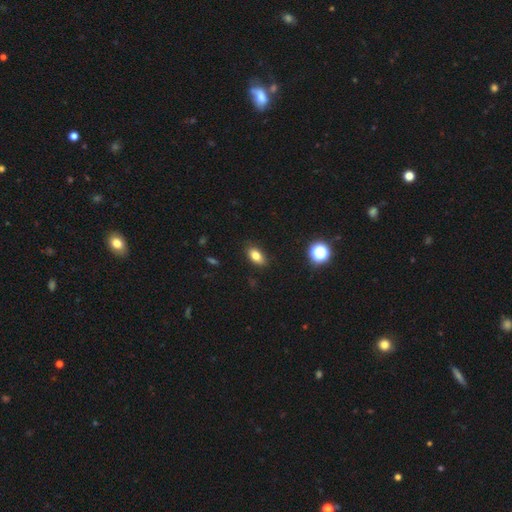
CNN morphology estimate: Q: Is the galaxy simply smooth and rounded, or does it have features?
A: smooth — 80%.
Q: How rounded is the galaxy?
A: in between — 87%.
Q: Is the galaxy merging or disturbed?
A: none — 85%.